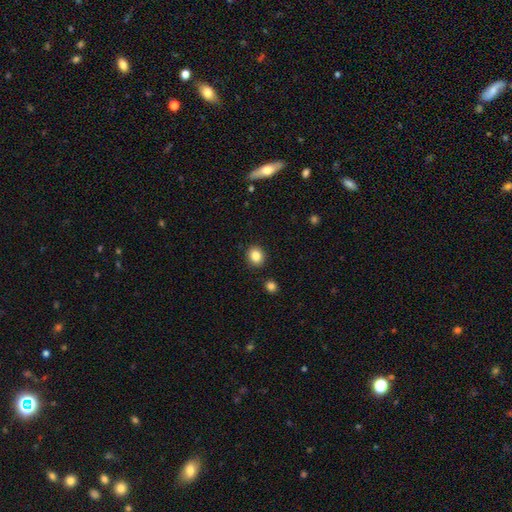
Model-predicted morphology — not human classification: This is clearly a smooth galaxy (85%). How rounded: likely round (70%). Merging: clearly none (88%).